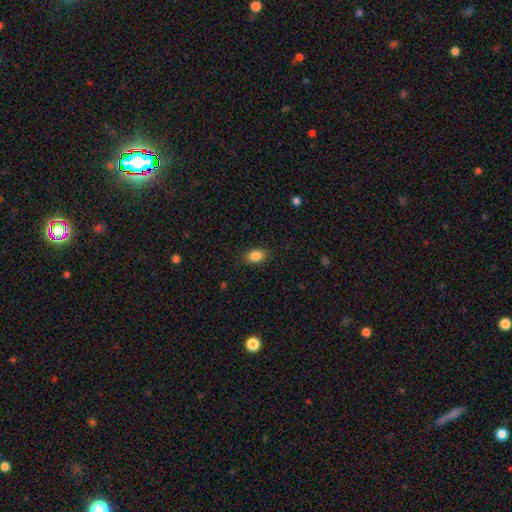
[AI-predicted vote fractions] Smooth or featured? Predicted: smooth (p=0.86). How rounded? Predicted: in between (p=0.87). Merging? Predicted: none (p=0.86).